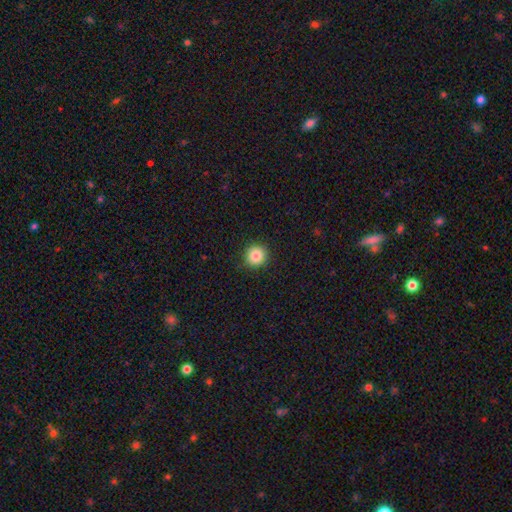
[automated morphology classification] smooth-or-featured: smooth: 85% | star or artifact: 10% | featured or disk: 5%
  how-rounded: round: 93% | in between: 6% | cigar-shaped: 1%
  merging: none: 90% | minor disturbance: 7% | major disturbance: 2% | merger: 1%